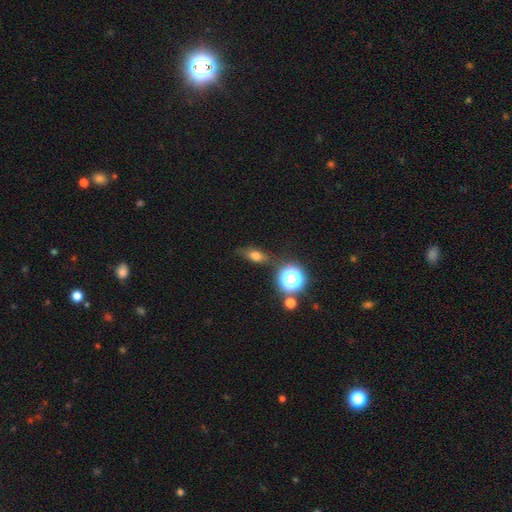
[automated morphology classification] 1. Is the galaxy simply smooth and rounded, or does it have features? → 64% smooth, 20% star or artifact, 16% featured or disk.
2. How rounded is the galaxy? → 63% in between, 23% round, 14% cigar-shaped.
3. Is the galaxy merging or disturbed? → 70% none, 19% minor disturbance, 6% major disturbance, 5% merger.